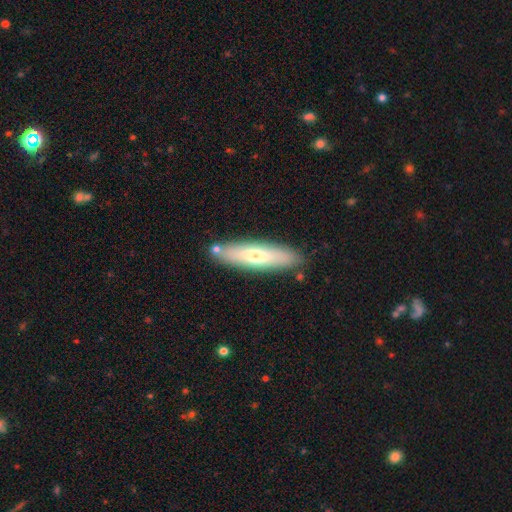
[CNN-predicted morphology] A smooth galaxy with no disk features (58%) that is cigar-shaped (70%).

Vote fractions:
- Smooth or featured? smooth: 58% / featured or disk: 35% / star or artifact: 7%
- How rounded? cigar-shaped: 70% / in between: 28% / round: 2%
- Merging? none: 84% / minor disturbance: 10% / merger: 4% / major disturbance: 2%